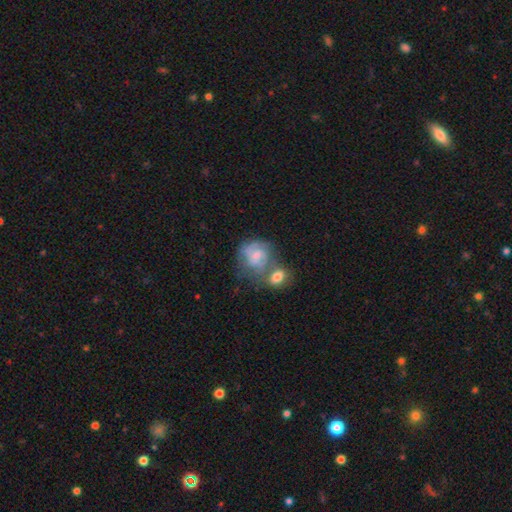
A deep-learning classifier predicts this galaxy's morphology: This is possibly a featured or disk galaxy (50%). Merging: marginally merger (44%).